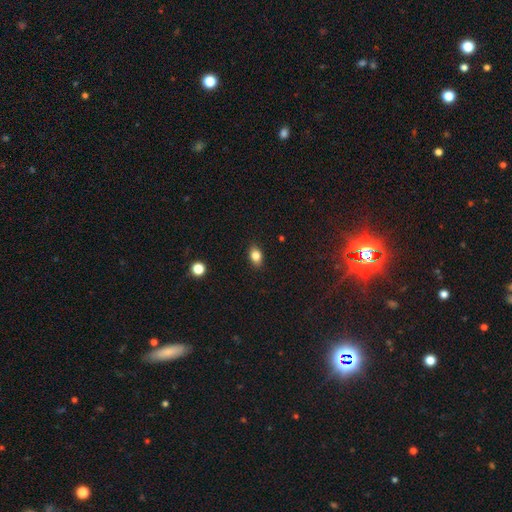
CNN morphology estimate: The model was most divided on "how rounded": in between: 80%, round: 19%, cigar-shaped: 2%. More confident: merging — none (87%); smooth or featured — smooth (83%).